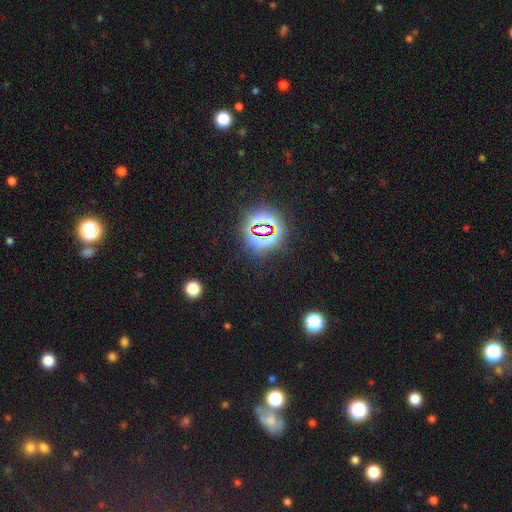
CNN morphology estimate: This appears to be a star or artifact, not a galaxy (78%).